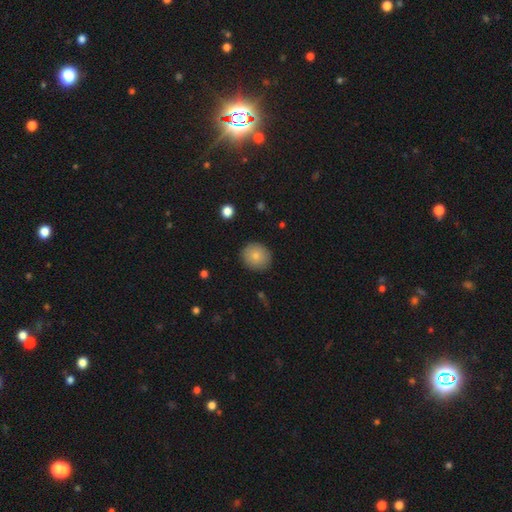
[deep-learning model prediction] Smooth or featured?
  - smooth: 81% *
  - featured or disk: 10%
  - star or artifact: 9%
How rounded?
  - round: 84% *
  - in between: 15%
  - cigar-shaped: 1%
Merging?
  - none: 89% *
  - minor disturbance: 8%
  - major disturbance: 2%
  - merger: 1%